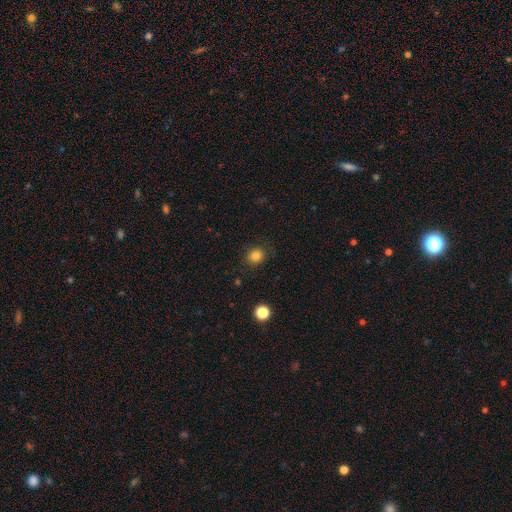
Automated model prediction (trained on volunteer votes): Morphology: type=smooth (83%); roundness=round (77%); merging=none (87%).